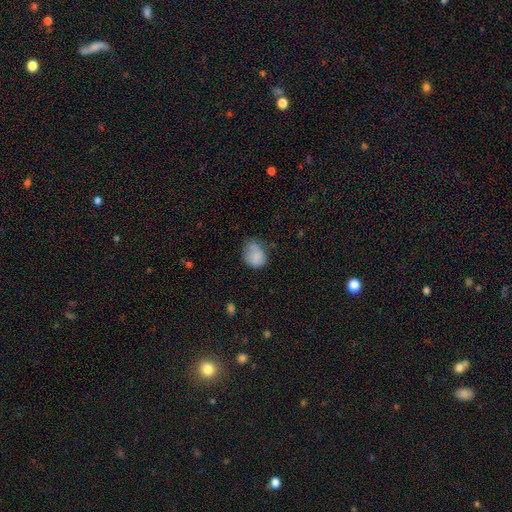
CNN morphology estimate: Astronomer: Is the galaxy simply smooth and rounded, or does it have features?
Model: smooth — 80%.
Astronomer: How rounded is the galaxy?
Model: in between — 52% (runner-up: round, 47%).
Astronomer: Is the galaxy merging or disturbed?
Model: none — 44% (runner-up: minor disturbance, 37%).